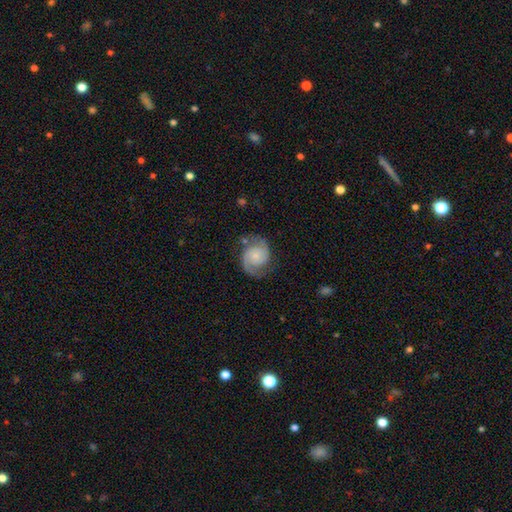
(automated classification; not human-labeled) Q: Smooth or featured?
A: featured or disk (84%); runner-up: smooth (11%)
Q: Edge-on disk?
A: no (98%); runner-up: yes (2%)
Q: Bar?
A: no (70%); runner-up: weak (26%)
Q: Spiral arms?
A: yes (97%); runner-up: no (3%)
Q: Spiral winding?
A: medium (50%); runner-up: tight (35%)
Q: Spiral arm count?
A: 2 (91%); runner-up: can't tell (3%)
Q: Bulge size?
A: small (59%); runner-up: moderate (27%)
Q: Merging?
A: none (74%); runner-up: minor disturbance (17%)